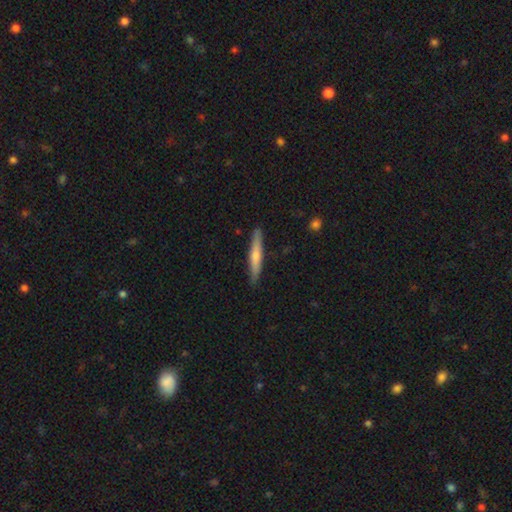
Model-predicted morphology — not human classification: smooth-or-featured: smooth: 56% | featured or disk: 39% | star or artifact: 5%
  how-rounded: cigar-shaped: 93% | in between: 6% | round: 1%
  merging: none: 88% | minor disturbance: 9% | major disturbance: 2% | merger: 1%